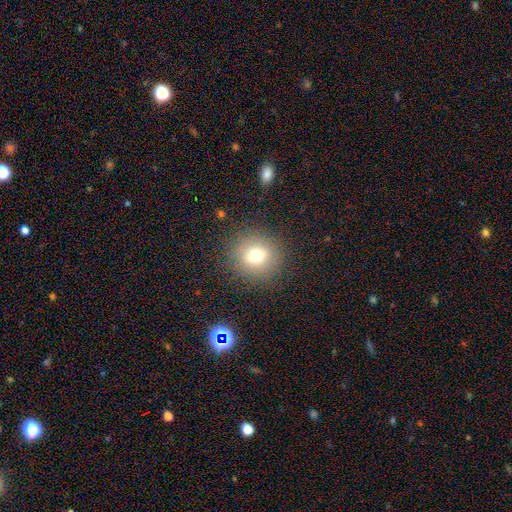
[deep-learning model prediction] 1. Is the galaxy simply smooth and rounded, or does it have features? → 74% smooth, 14% star or artifact, 13% featured or disk.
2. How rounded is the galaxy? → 87% round, 12% in between, 1% cigar-shaped.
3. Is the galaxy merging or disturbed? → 88% none, 8% minor disturbance, 3% major disturbance, 1% merger.